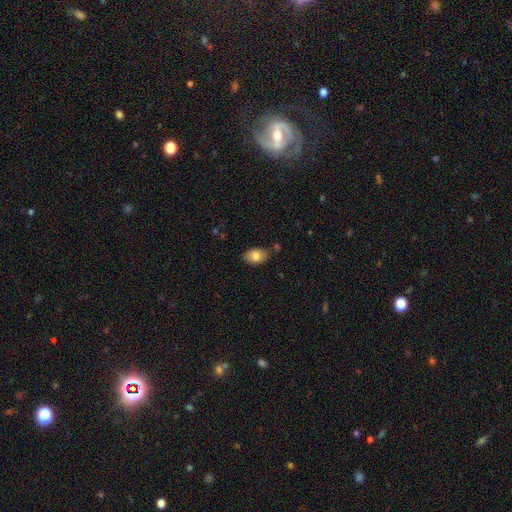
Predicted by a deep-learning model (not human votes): The model was most divided on "merging": none: 78%, minor disturbance: 16%, merger: 3%, major disturbance: 3%. More confident: how rounded — in between (91%); smooth or featured — smooth (80%).